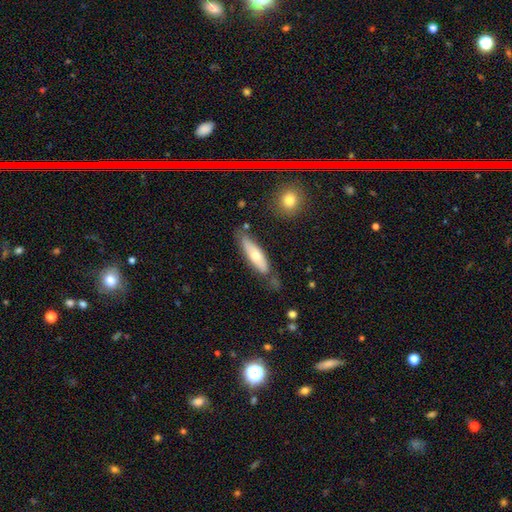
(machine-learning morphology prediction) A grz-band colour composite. It shows a smooth galaxy with no disk features (59%) that is cigar-shaped (56%). Merging: none (63%).